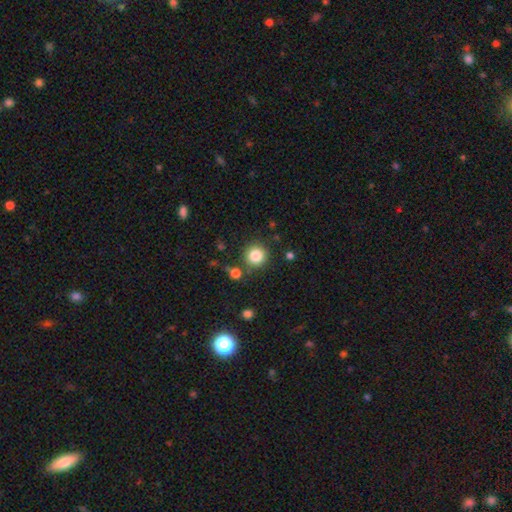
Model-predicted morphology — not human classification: Q: Smooth or featured?
A: smooth (84%); runner-up: star or artifact (11%)
Q: How rounded?
A: round (93%); runner-up: in between (6%)
Q: Merging?
A: none (83%); runner-up: minor disturbance (8%)